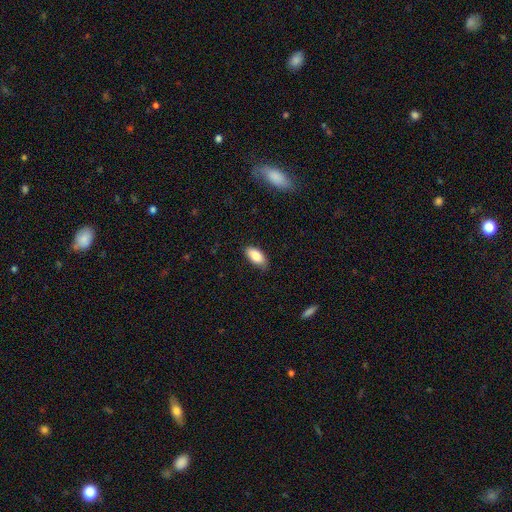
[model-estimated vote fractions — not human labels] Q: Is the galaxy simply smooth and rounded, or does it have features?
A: smooth — 86%.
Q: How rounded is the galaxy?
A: in between — 92%.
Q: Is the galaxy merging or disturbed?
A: none — 79%.